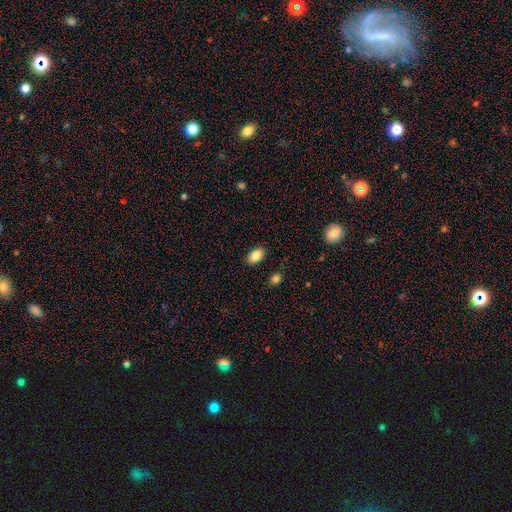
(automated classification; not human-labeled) Smooth or featured?
  - smooth: 86% *
  - star or artifact: 8%
  - featured or disk: 6%
How rounded?
  - in between: 89% *
  - round: 10%
  - cigar-shaped: 1%
Merging?
  - none: 88% *
  - minor disturbance: 9%
  - major disturbance: 2%
  - merger: 1%